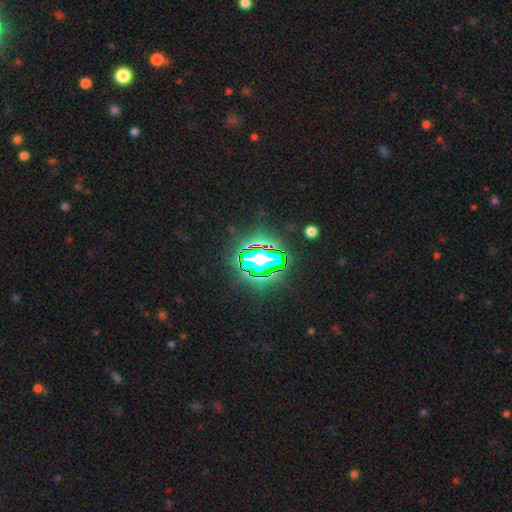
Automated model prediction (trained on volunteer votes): The model was most divided on "smooth or featured": star or artifact: 73%, smooth: 14%, featured or disk: 12%.